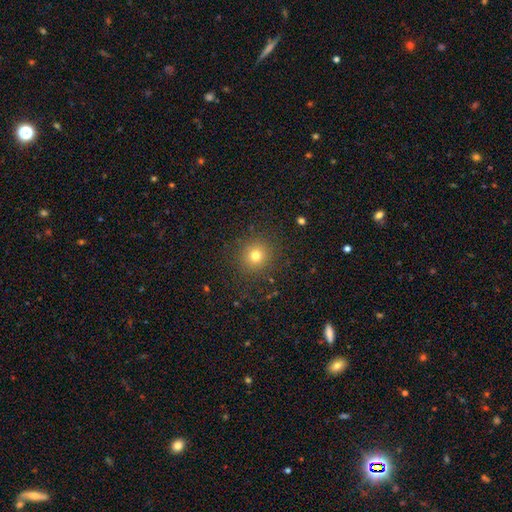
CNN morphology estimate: The model was most divided on "smooth or featured": smooth: 76%, star or artifact: 16%, featured or disk: 8%. More confident: how rounded — round (91%); merging — none (89%).